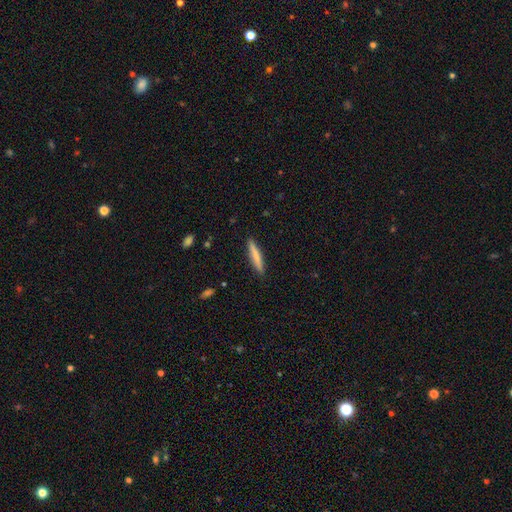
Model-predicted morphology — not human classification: Overall: smooth (72%). How rounded: cigar-shaped (93%). Merging: none (90%).